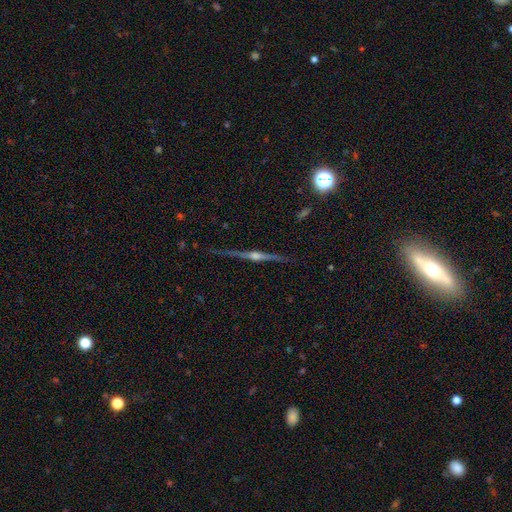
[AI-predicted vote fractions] featured or disk 87%, star or artifact 7%, smooth 6%. Down the decision tree: edge-on disk — yes (98%); edge-on bulge — rounded (92%); merging — none (89%).